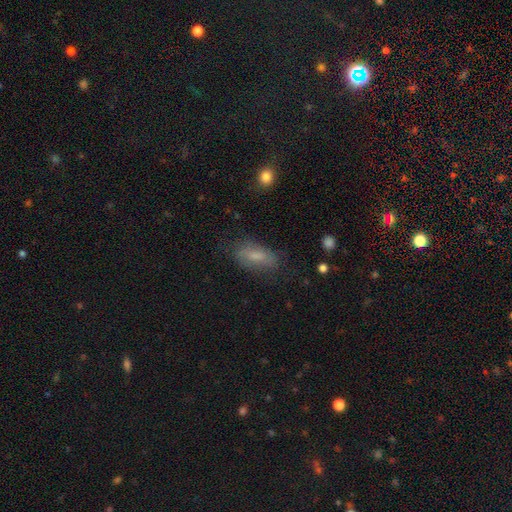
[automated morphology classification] A smooth galaxy with no disk features (70%) that is in between round and cigar-shaped (76%).

Vote fractions:
- Smooth or featured? smooth: 70% / featured or disk: 21% / star or artifact: 9%
- How rounded? in between: 76% / cigar-shaped: 20% / round: 3%
- Merging? none: 72% / minor disturbance: 19% / major disturbance: 7% / merger: 2%